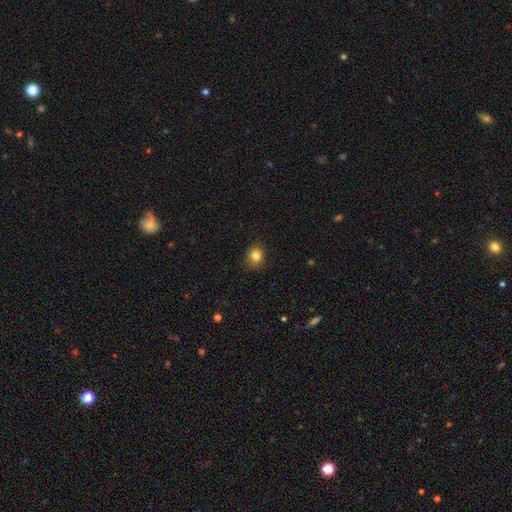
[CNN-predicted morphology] This is clearly a smooth galaxy (83%). How rounded: likely round (70%). Merging: clearly none (85%).